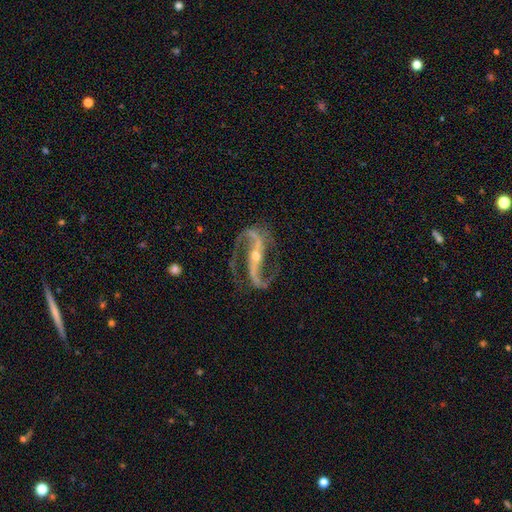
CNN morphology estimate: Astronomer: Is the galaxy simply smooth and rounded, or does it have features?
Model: featured or disk — 93%.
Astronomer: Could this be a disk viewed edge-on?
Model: no — 95%.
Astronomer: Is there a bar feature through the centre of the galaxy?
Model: strong — 65%.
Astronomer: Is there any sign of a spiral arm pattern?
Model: yes — 98%.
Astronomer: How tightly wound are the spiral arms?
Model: loose — 49% (runner-up: medium, 41%).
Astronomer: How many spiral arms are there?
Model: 2 — 94%.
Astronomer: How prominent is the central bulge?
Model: small — 59% (runner-up: moderate, 37%).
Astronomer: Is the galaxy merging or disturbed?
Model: none — 76%.